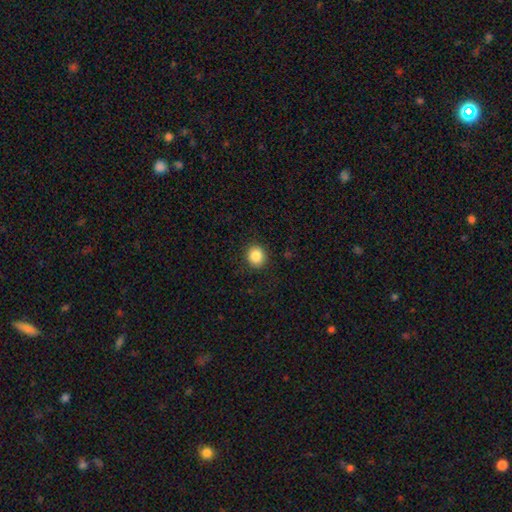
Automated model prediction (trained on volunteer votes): This appears to be a smooth galaxy with no disk features (86%) that is round (86%). Merging: none (90%).